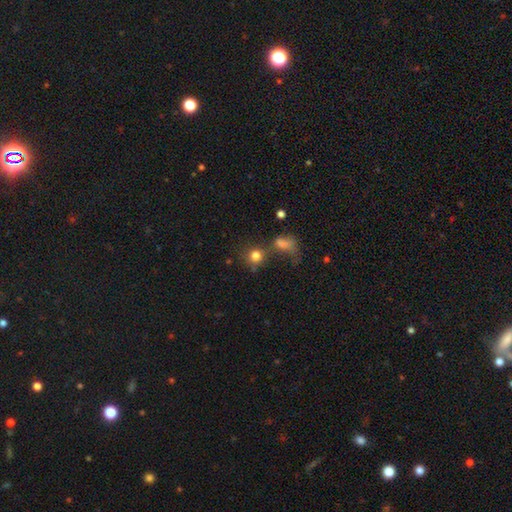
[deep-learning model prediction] smooth-or-featured: smooth: 78% | star or artifact: 13% | featured or disk: 8%
  how-rounded: round: 84% | in between: 15% | cigar-shaped: 1%
  merging: none: 55% | merger: 22% | minor disturbance: 13% | major disturbance: 10%